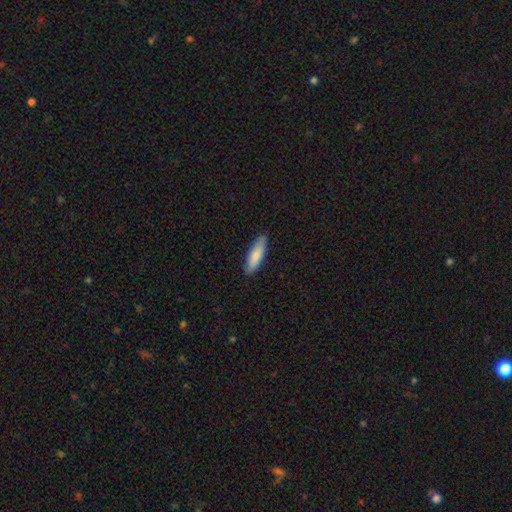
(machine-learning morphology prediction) A smooth galaxy with no disk features (82%) that is cigar-shaped (59%).

Vote fractions:
- Smooth or featured? smooth: 82% / featured or disk: 13% / star or artifact: 5%
- How rounded? cigar-shaped: 59% / in between: 40% / round: 1%
- Merging? none: 87% / minor disturbance: 11% / major disturbance: 2% / merger: 1%